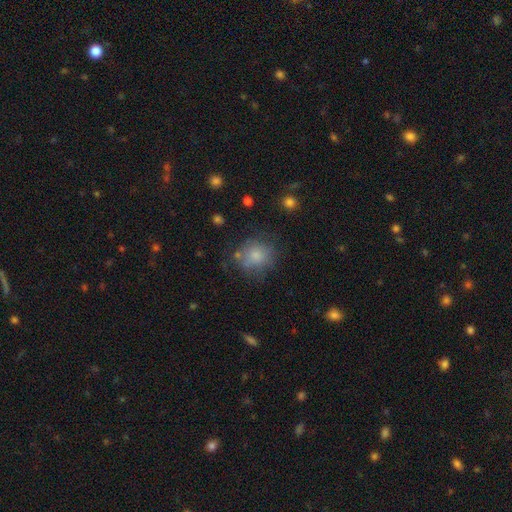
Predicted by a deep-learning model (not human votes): A smooth galaxy with no disk features (76%) that is round (81%).

Vote fractions:
- Smooth or featured? smooth: 76% / featured or disk: 14% / star or artifact: 10%
- How rounded? round: 81% / in between: 19% / cigar-shaped: 1%
- Merging? none: 63% / minor disturbance: 21% / major disturbance: 10% / merger: 5%